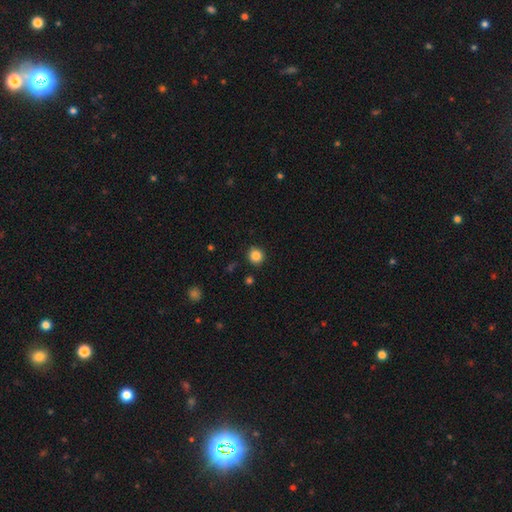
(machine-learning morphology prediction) A smooth galaxy with no disk features (86%) that is round (90%). Merging: none (89%).